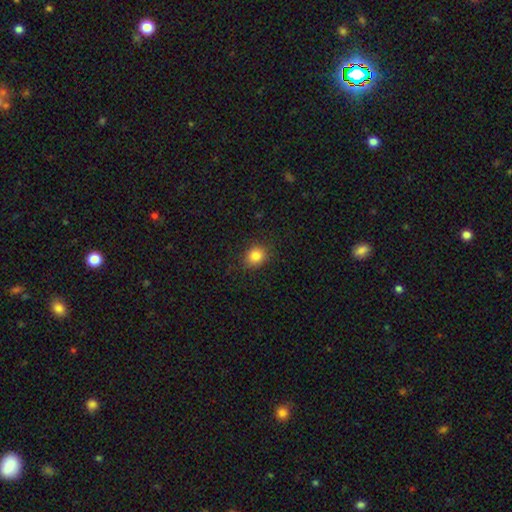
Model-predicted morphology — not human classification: This is clearly a smooth galaxy (85%). How rounded: likely round (70%). Merging: clearly none (86%).